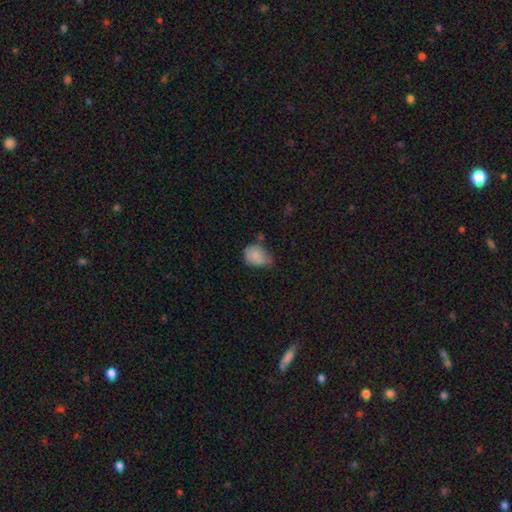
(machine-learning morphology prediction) Smooth or featured? smooth (84%)
How rounded? in between (61%)
Merging? minor disturbance (46%)